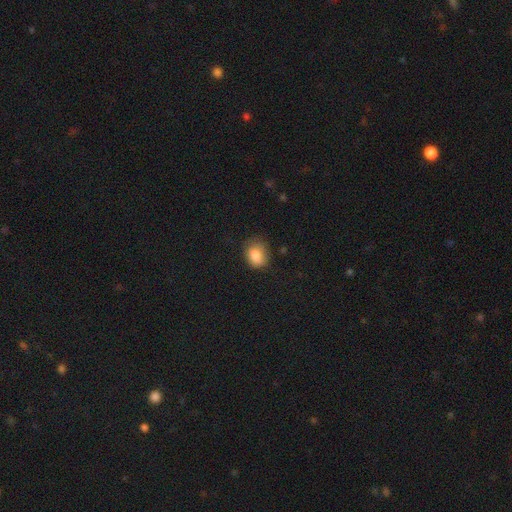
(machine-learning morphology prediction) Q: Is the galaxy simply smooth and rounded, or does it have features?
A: smooth — 84%.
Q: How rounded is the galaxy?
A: round — 52%.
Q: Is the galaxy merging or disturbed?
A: none — 67%.